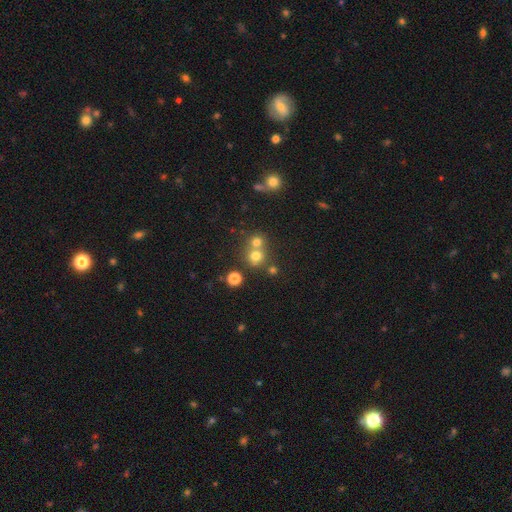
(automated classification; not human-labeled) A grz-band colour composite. It shows a smooth galaxy with no disk features (69%) that is round (86%). Merging: none (50%).